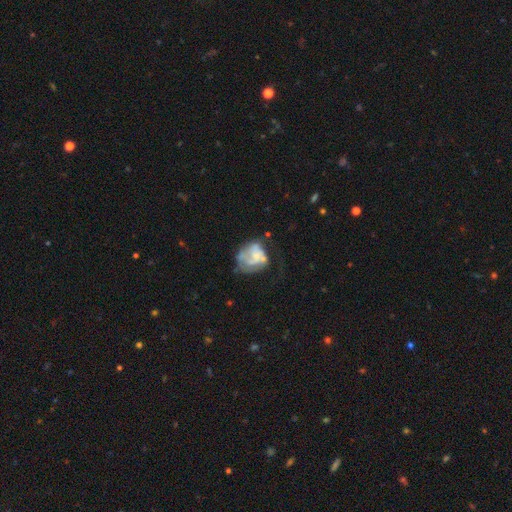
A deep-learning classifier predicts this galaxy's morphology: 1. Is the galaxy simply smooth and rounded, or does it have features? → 59% featured or disk, 32% smooth, 9% star or artifact.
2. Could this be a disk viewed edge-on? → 98% no, 2% yes.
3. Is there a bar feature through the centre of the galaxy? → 80% no, 17% weak, 3% strong.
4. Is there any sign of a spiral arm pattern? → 56% no, 44% yes.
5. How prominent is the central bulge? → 46% small, 26% none, 24% moderate, 3% large, 1% dominant.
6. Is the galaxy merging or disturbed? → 36% none, 30% major disturbance, 24% minor disturbance, 10% merger.